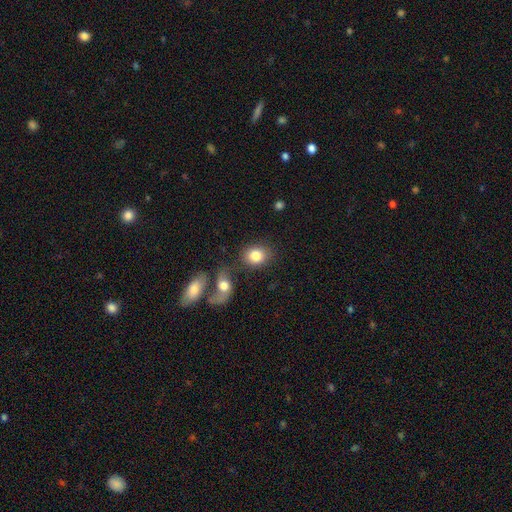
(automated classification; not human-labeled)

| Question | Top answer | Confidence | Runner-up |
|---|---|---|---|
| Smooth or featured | smooth | 83% | featured or disk (10%) |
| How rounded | round | 53% | in between (46%) |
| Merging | none | 65% | merger (17%) |